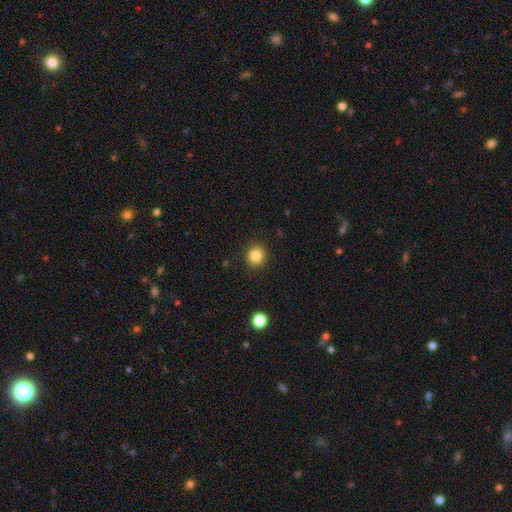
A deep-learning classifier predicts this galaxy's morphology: smooth_or_featured: smooth (p=0.84) [alt: star or artifact p=0.11]
how_rounded: round (p=0.85) [alt: in between p=0.14]
merging: none (p=0.90) [alt: minor disturbance p=0.06]